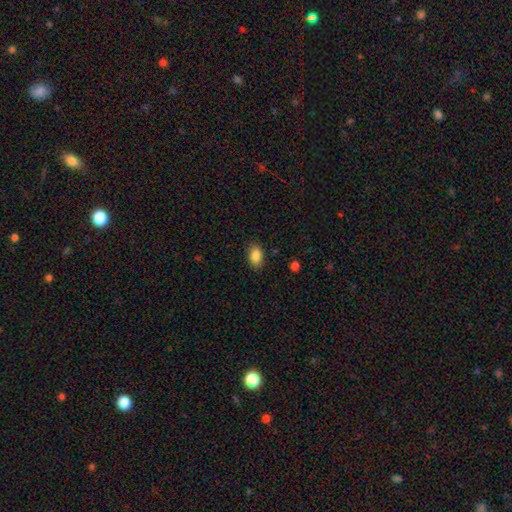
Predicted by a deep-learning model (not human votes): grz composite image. It shows a smooth galaxy with no disk features (87%) that is in between round and cigar-shaped (86%). Merging: none (86%).